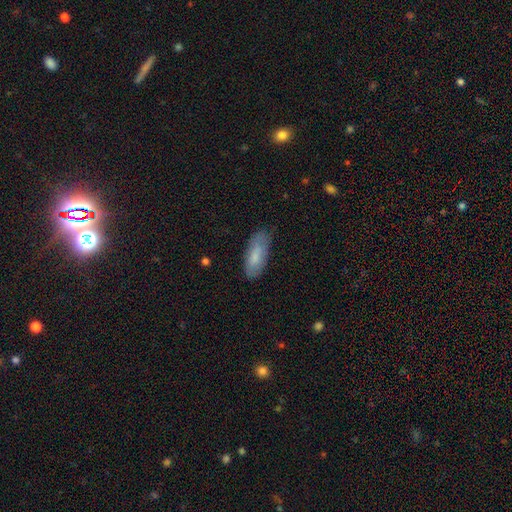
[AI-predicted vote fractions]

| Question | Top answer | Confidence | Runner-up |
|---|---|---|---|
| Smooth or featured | smooth | 76% | featured or disk (18%) |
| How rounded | in between | 72% | cigar-shaped (26%) |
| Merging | none | 72% | minor disturbance (22%) |